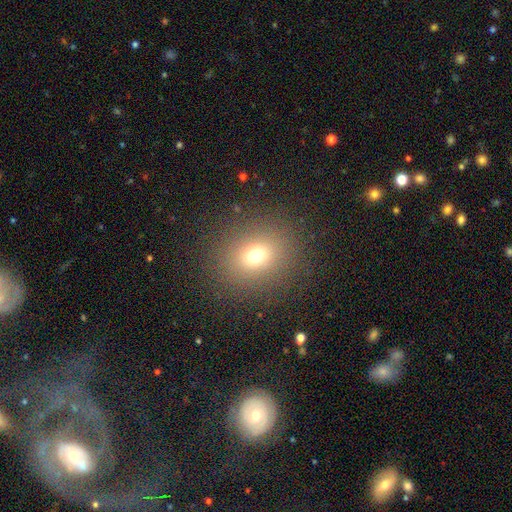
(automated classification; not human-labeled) This is likely a smooth galaxy (70%). How rounded: likely round (67%). Merging: clearly none (87%).